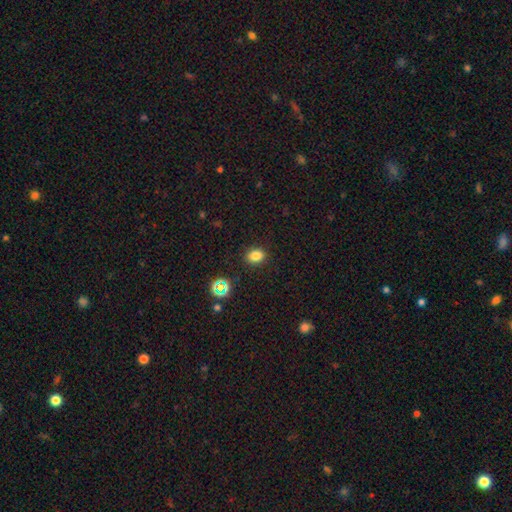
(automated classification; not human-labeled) Smooth or featured? smooth (79%)
How rounded? in between (56%)
Merging? none (88%)